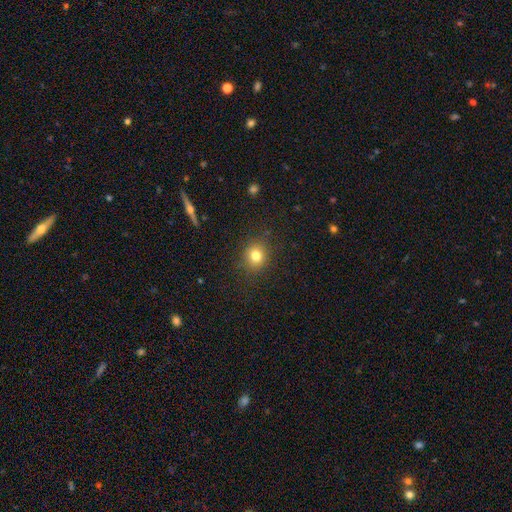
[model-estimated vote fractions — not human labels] The model was most divided on "how rounded": round: 79%, in between: 20%, cigar-shaped: 1%. More confident: merging — none (87%); smooth or featured — smooth (78%).